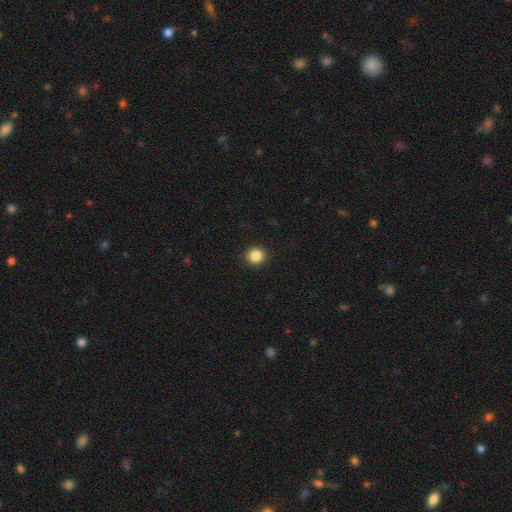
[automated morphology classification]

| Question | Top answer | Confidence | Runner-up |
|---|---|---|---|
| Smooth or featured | smooth | 86% | star or artifact (10%) |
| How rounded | round | 92% | in between (7%) |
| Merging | none | 92% | minor disturbance (5%) |